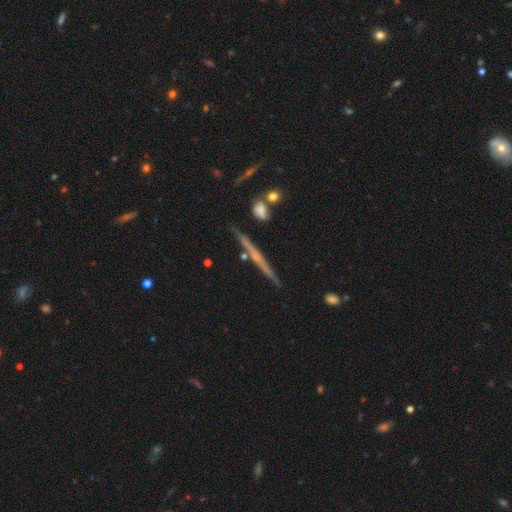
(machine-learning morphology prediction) A featured or disk galaxy (66%) viewed edge-on (97%) with no central bulge (70%). Merging: none (86%).